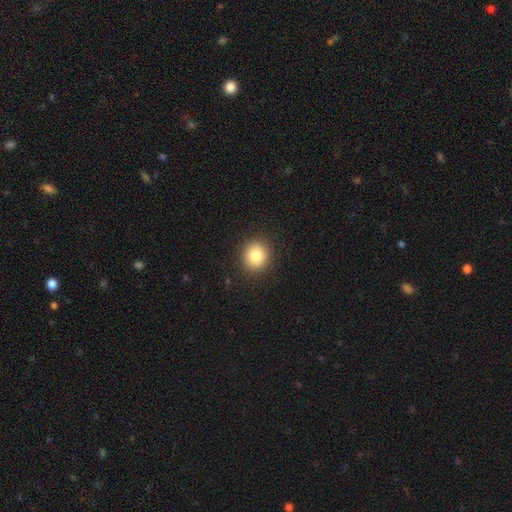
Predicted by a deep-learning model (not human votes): The model was most divided on "how rounded": round: 85%, in between: 14%, cigar-shaped: 1%. More confident: merging — none (91%); smooth or featured — smooth (84%).